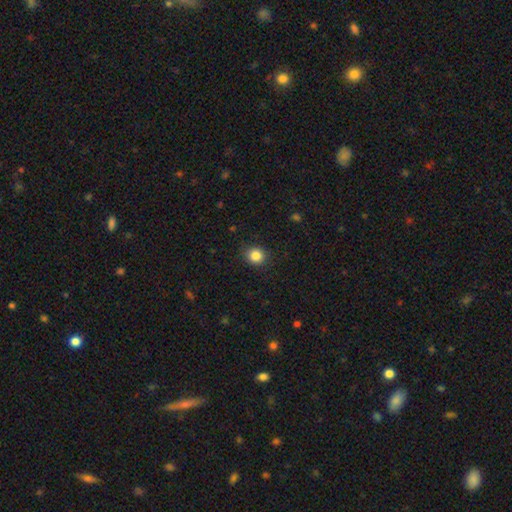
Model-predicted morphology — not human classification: Smooth or featured? smooth (85%)
How rounded? round (85%)
Merging? none (89%)